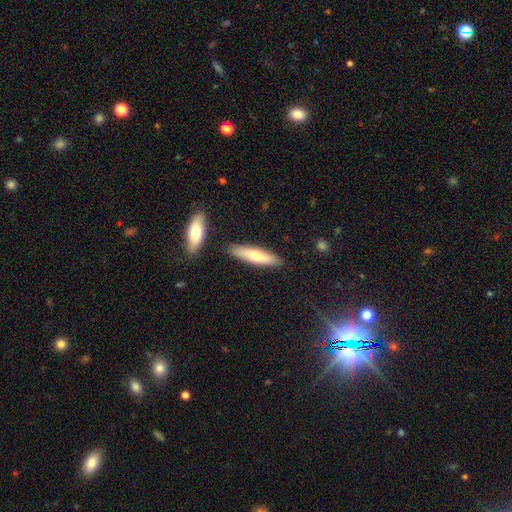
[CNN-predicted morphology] type=smooth (65%); roundness=cigar-shaped (73%); merging=none (85%).